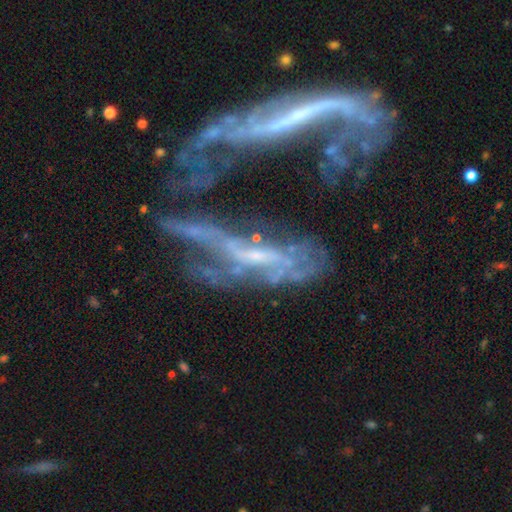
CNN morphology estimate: Smooth or featured?
  - featured or disk: 71% *
  - smooth: 15%
  - star or artifact: 14%
Edge-on disk?
  - no: 77% *
  - yes: 23%
Bar?
  - no: 52% *
  - weak: 26%
  - strong: 22%
Spiral arms?
  - yes: 50% * (tied)
  - no: 50% * (tied)
Bulge size?
  - none: 43% *
  - small: 35%
  - moderate: 18%
  - large: 3%
  - dominant: 2%
Merging?
  - merger: 49% *
  - major disturbance: 28%
  - none: 14%
  - minor disturbance: 9%